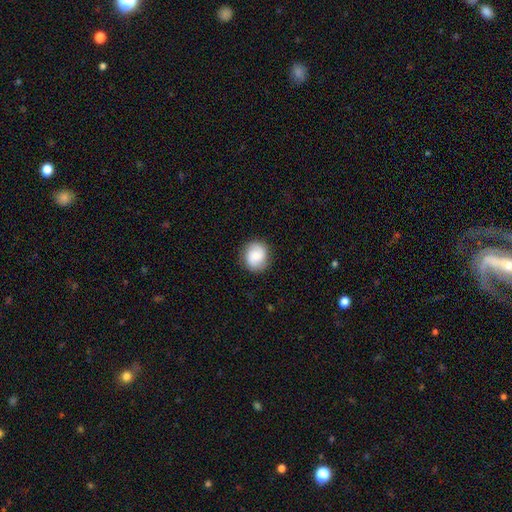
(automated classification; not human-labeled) smooth_or_featured: smooth (p=0.71) [alt: featured or disk p=0.22]
how_rounded: round (p=0.79) [alt: in between p=0.20]
merging: none (p=0.86) [alt: minor disturbance p=0.10]